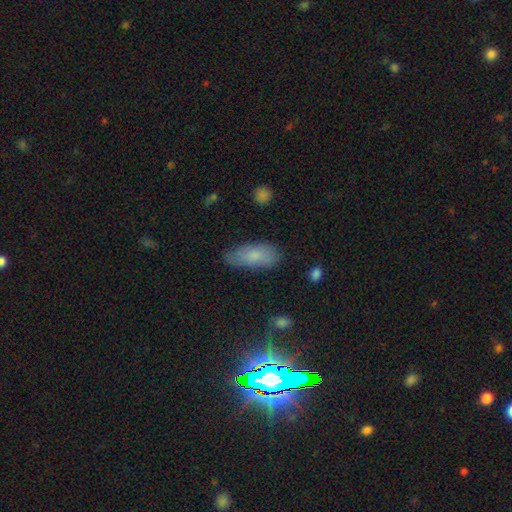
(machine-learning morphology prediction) Smooth or featured? Predicted: smooth (p=0.78). How rounded? Predicted: in between (p=0.83). Merging? Predicted: none (p=0.70).